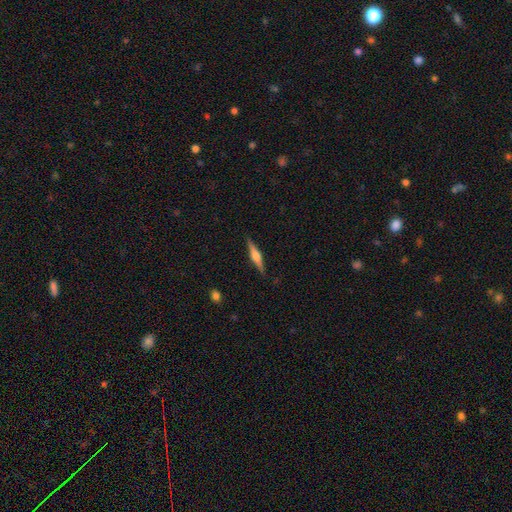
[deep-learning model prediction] Morphology: type=featured or disk (68%); edge-on=yes (98%); edge-on bulge=rounded (85%); merging=none (89%).